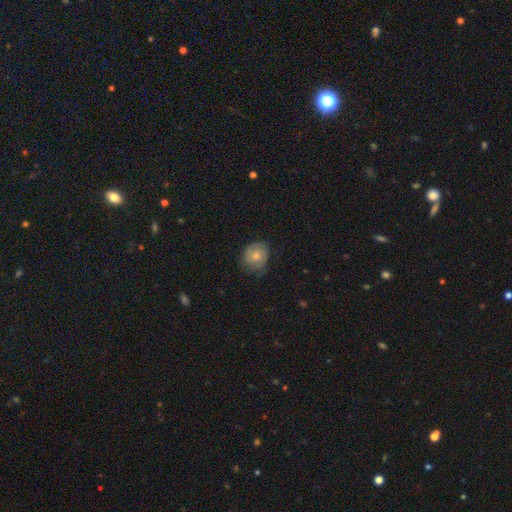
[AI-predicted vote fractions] Overall: smooth (63%; featured or disk 30%). How rounded: round (69%; in between 30%). Merging: none (62%; minor disturbance 29%).